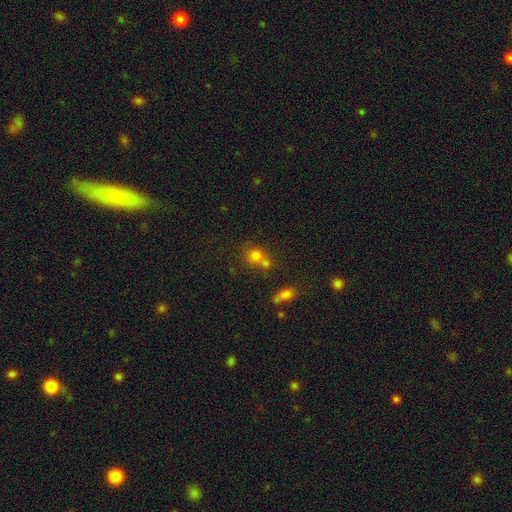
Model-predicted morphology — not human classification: Smooth or featured: smooth — 73% (star or artifact — 16%)
How rounded: round — 79% (in between — 20%)
Merging: merger — 45% (none — 41%)